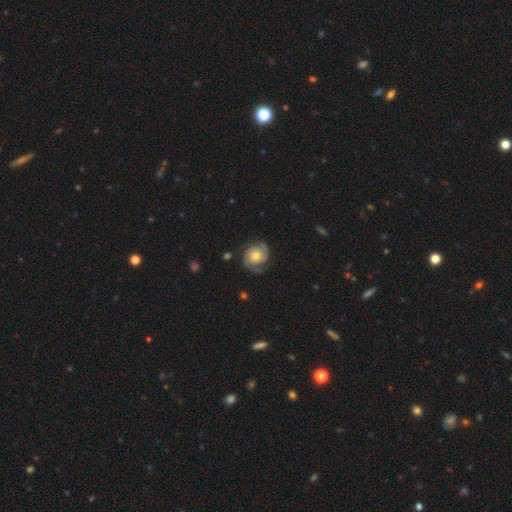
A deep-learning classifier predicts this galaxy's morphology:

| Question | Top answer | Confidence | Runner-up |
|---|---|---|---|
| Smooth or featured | featured or disk | 71% | smooth (22%) |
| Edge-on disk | no | 98% | yes (2%) |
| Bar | no | 79% | weak (18%) |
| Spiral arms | yes | 93% | no (7%) |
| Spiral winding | tight | 48% | medium (37%) |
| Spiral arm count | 2 | 72% | can't tell (11%) |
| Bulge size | moderate | 58% | small (27%) |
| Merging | none | 68% | minor disturbance (20%) |